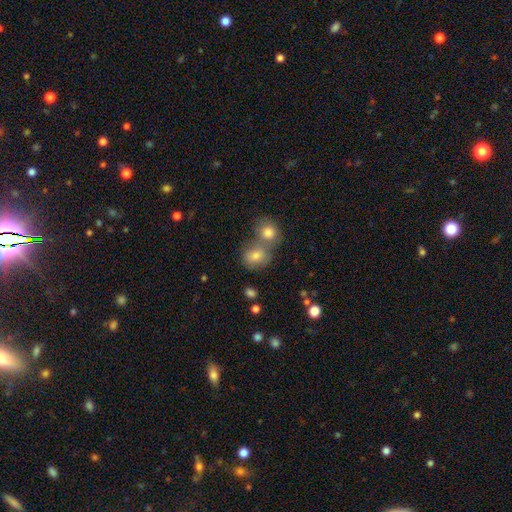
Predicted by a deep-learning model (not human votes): This is likely a smooth galaxy (77%). How rounded: likely round (64%). Merging: possibly merger (50%).